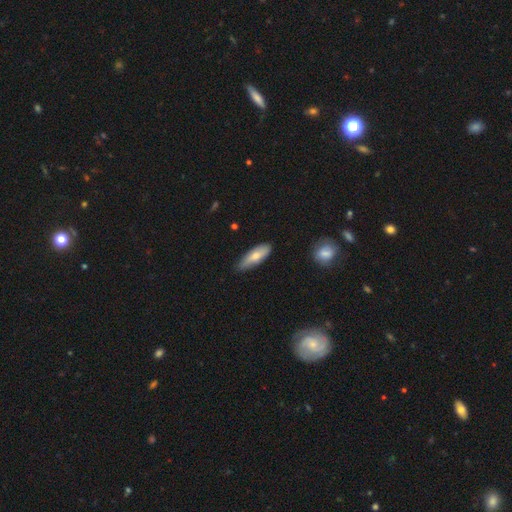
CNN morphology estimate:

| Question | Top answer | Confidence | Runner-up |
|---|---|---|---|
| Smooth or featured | smooth | 73% | featured or disk (21%) |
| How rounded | in between | 59% | cigar-shaped (39%) |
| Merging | none | 70% | minor disturbance (25%) |